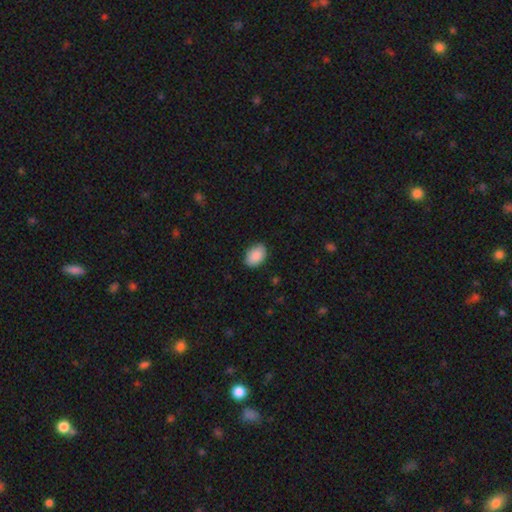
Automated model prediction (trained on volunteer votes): Q: Smooth or featured?
A: smooth (90%); runner-up: star or artifact (6%)
Q: How rounded?
A: in between (85%); runner-up: round (14%)
Q: Merging?
A: none (86%); runner-up: minor disturbance (10%)